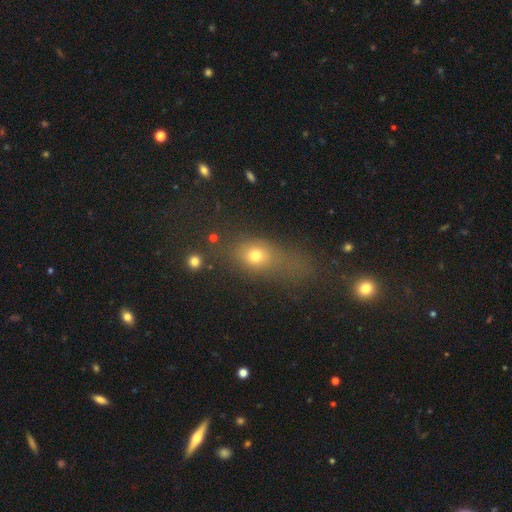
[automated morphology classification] Smooth or featured: smooth — 69% (star or artifact — 18%)
How rounded: in between — 54% (round — 37%)
Merging: none — 47% (major disturbance — 22%)